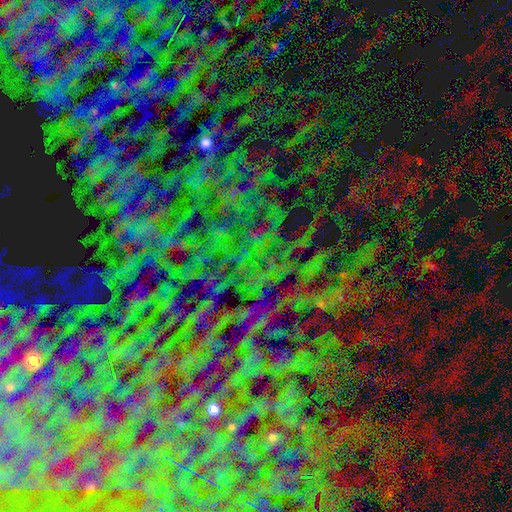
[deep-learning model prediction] Morphology: type=star or artifact (83%).